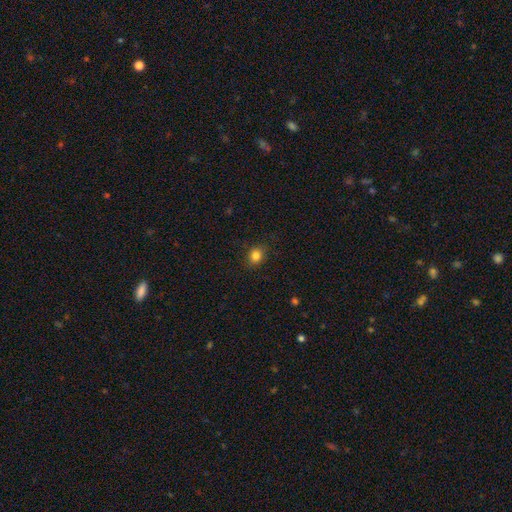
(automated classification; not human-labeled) smooth_or_featured: smooth (p=0.84) [alt: star or artifact p=0.11]
how_rounded: round (p=0.65) [alt: in between p=0.34]
merging: none (p=0.87) [alt: minor disturbance p=0.09]